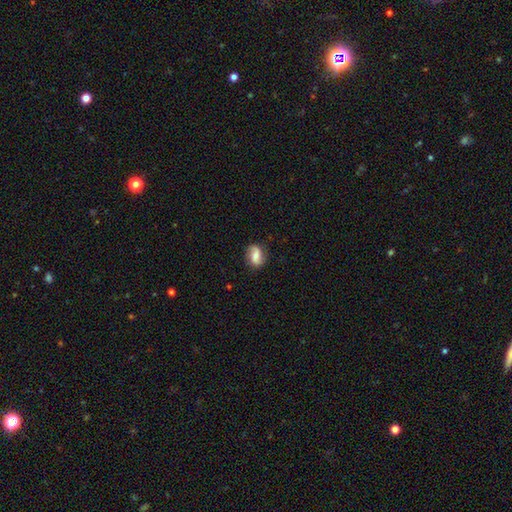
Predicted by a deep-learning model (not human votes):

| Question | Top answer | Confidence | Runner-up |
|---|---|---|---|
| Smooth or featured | featured or disk | 56% | smooth (36%) |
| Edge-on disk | no | 96% | yes (4%) |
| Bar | no | 40% | weak (37%) |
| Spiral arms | yes | 90% | no (10%) |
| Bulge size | moderate | 55% | small (29%) |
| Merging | none | 81% | minor disturbance (14%) |